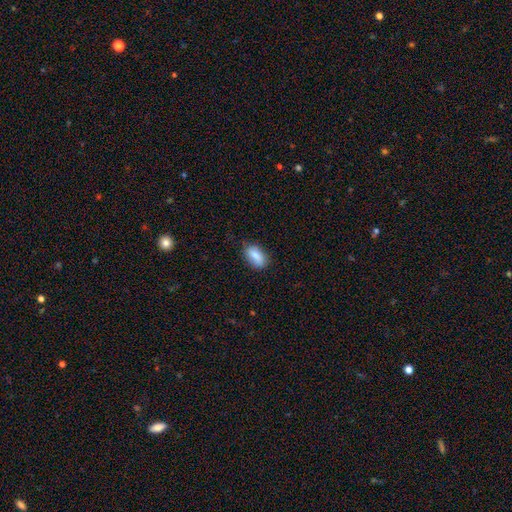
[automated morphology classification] A smooth galaxy with no disk features (85%) that is in between round and cigar-shaped (89%). Merging: none (71%).